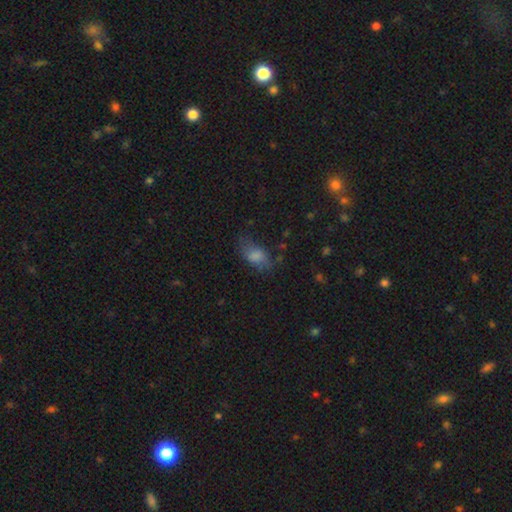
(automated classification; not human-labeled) The model was most divided on "merging": none: 52%, minor disturbance: 28%, major disturbance: 17%, merger: 2%. More confident: how rounded — in between (88%); smooth or featured — smooth (76%).